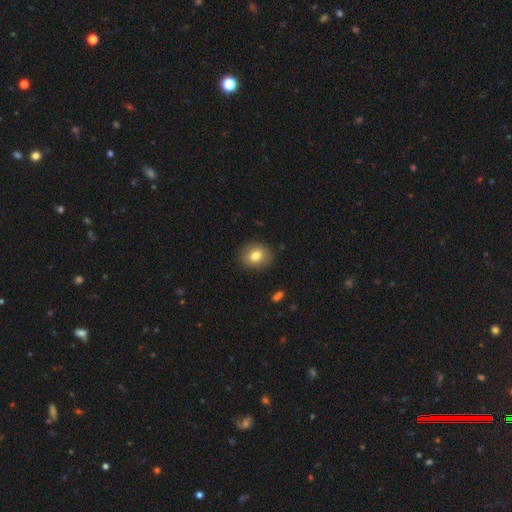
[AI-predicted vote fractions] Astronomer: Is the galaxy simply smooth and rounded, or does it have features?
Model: smooth — 79%.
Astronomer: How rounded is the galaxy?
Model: round — 53% (runner-up: in between, 46%).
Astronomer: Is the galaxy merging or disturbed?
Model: none — 85%.